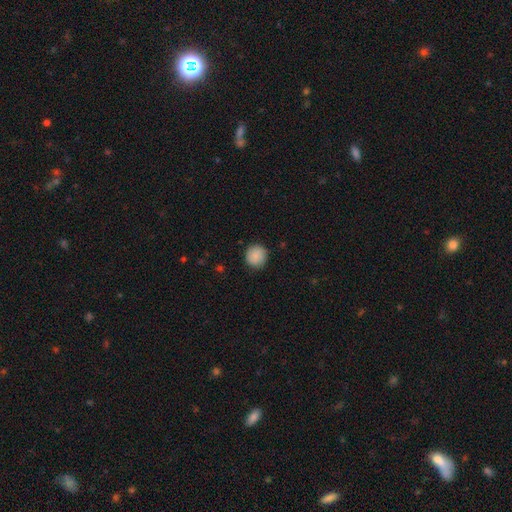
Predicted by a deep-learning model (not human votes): A smooth galaxy with no disk features (88%) that is round (93%).

Vote fractions:
- Smooth or featured? smooth: 88% / star or artifact: 7% / featured or disk: 5%
- How rounded? round: 93% / in between: 6% / cigar-shaped: 1%
- Merging? none: 88% / minor disturbance: 8% / major disturbance: 2% / merger: 1%